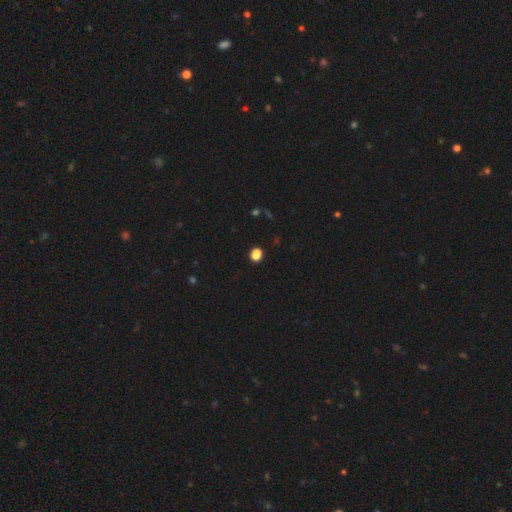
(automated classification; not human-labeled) Smooth or featured? Predicted: smooth (p=0.78). How rounded? Predicted: round (p=0.59). Merging? Predicted: none (p=0.86).